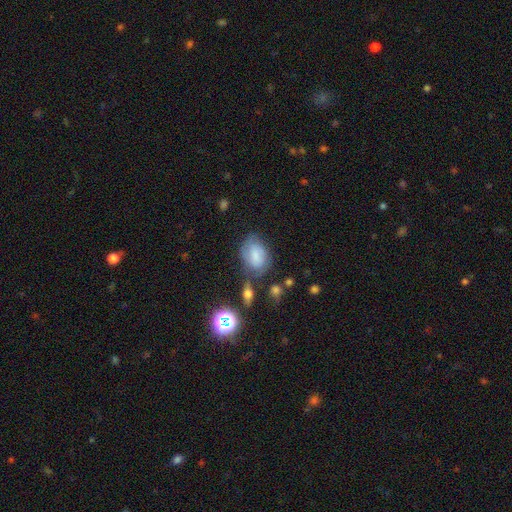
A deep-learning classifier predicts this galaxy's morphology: Overall: smooth (70%). How rounded: in between (80%). Merging: none (53%; minor disturbance 27%).